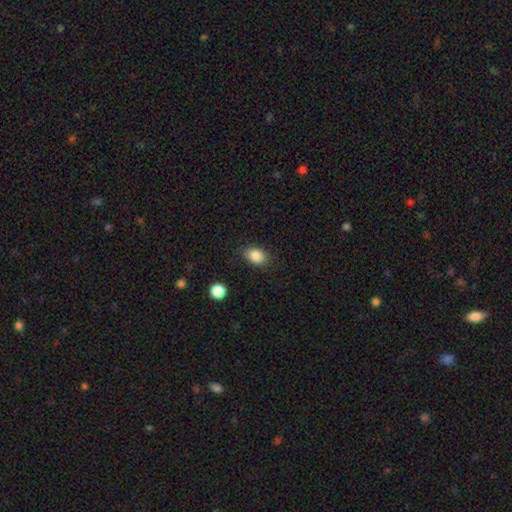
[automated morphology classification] A smooth galaxy with no disk features (86%) that is in between round and cigar-shaped (79%).

Vote fractions:
- Smooth or featured? smooth: 86% / star or artifact: 9% / featured or disk: 6%
- How rounded? in between: 79% / round: 20% / cigar-shaped: 1%
- Merging? none: 83% / minor disturbance: 12% / major disturbance: 3% / merger: 1%